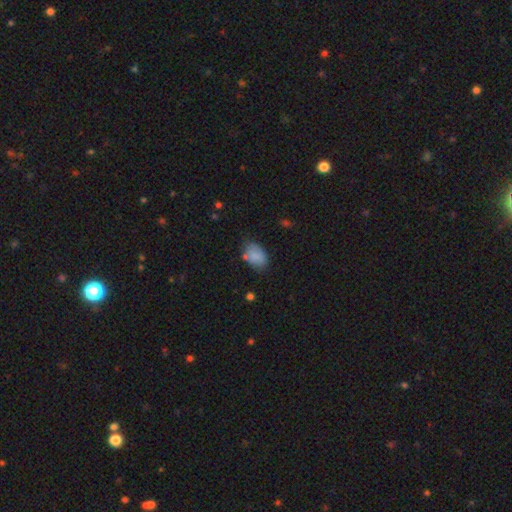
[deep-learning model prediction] smooth-or-featured: smooth: 83% | featured or disk: 8% | star or artifact: 8%
  how-rounded: in between: 81% | round: 18% | cigar-shaped: 1%
  merging: none: 63% | minor disturbance: 26% | major disturbance: 6% | merger: 5%